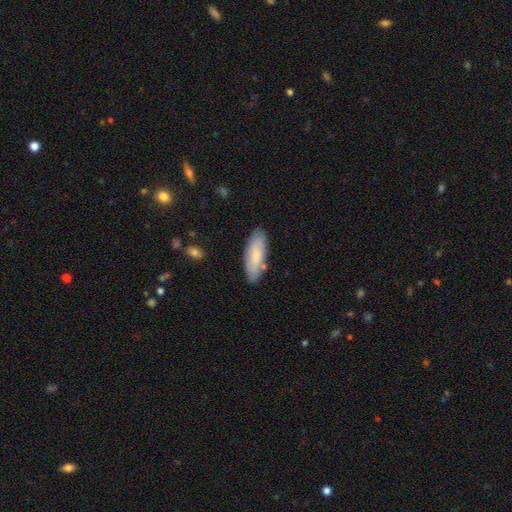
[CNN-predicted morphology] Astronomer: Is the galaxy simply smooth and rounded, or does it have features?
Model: smooth — 71%.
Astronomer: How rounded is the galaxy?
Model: in between — 65%.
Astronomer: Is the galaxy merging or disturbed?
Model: none — 81%.